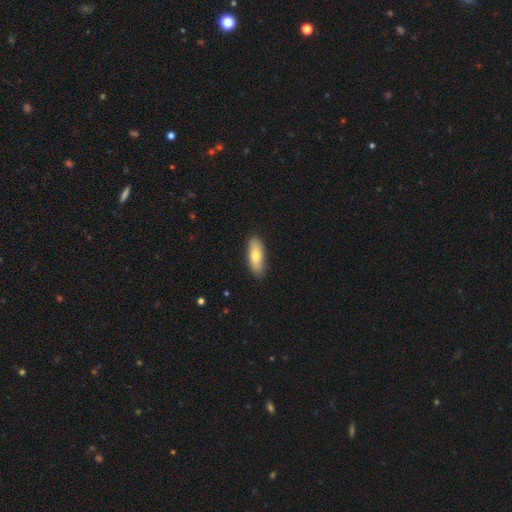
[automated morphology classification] Smooth or featured?
  - smooth: 74% *
  - featured or disk: 20%
  - star or artifact: 6%
How rounded?
  - in between: 72% *
  - cigar-shaped: 26%
  - round: 2%
Merging?
  - none: 86% *
  - minor disturbance: 11%
  - major disturbance: 2%
  - merger: 1%